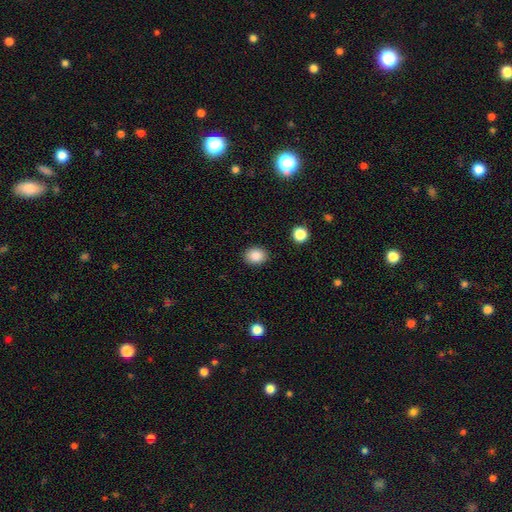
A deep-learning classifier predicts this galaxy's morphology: Smooth or featured? smooth (87%)
How rounded? round (53%)
Merging? none (89%)